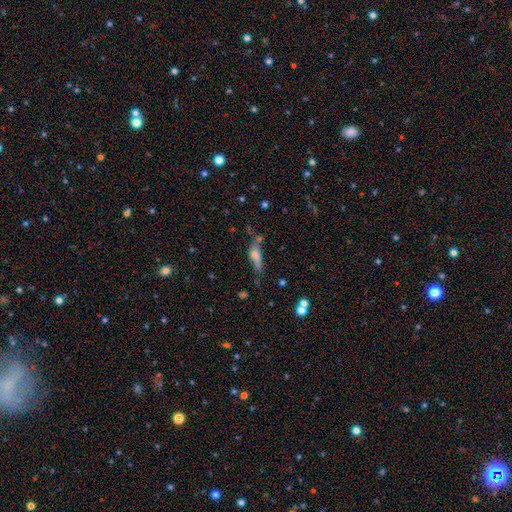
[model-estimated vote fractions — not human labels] smooth-or-featured: smooth: 62% | featured or disk: 28% | star or artifact: 10%
  how-rounded: cigar-shaped: 52% | in between: 45% | round: 3%
  merging: none: 44% | minor disturbance: 31% | major disturbance: 15% | merger: 10%